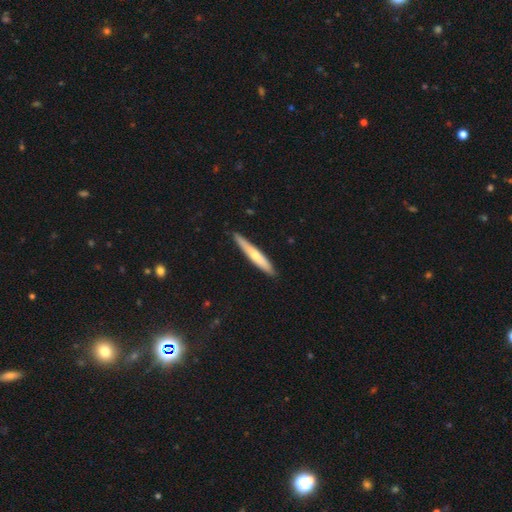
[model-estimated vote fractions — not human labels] Smooth or featured: smooth — 55% (featured or disk — 40%)
How rounded: cigar-shaped — 94% (in between — 5%)
Merging: none — 89% (minor disturbance — 9%)